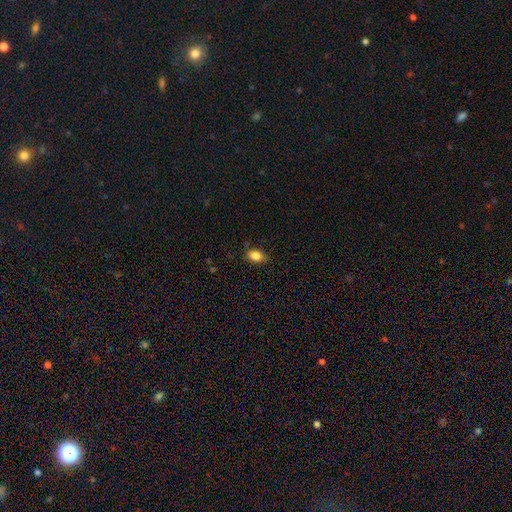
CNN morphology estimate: Smooth or featured? smooth (85%)
How rounded? in between (82%)
Merging? none (82%)